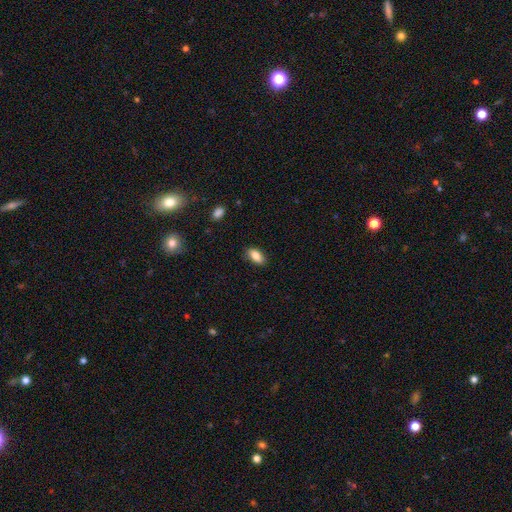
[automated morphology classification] Overall: smooth (84%). How rounded: in between (90%). Merging: none (83%).